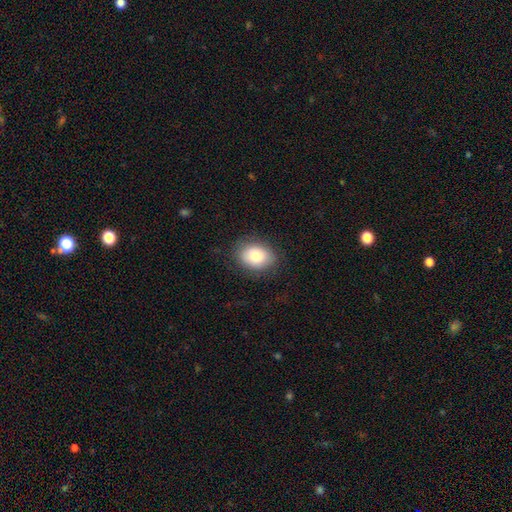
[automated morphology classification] Q: Smooth or featured?
A: smooth (81%); runner-up: featured or disk (11%)
Q: How rounded?
A: in between (66%); runner-up: round (34%)
Q: Merging?
A: none (84%); runner-up: minor disturbance (11%)